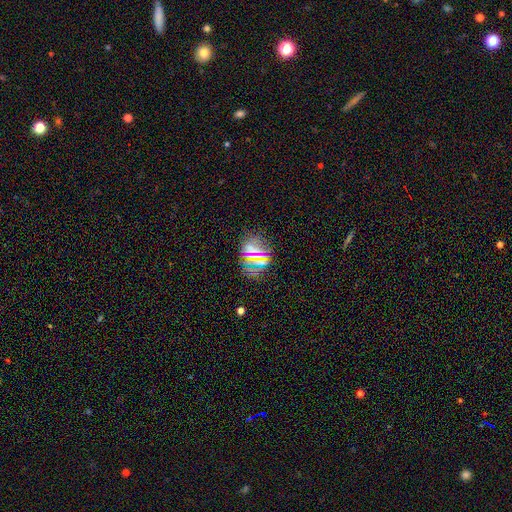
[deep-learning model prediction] The model was most divided on "smooth or featured": star or artifact: 45%, smooth: 43%, featured or disk: 12%.